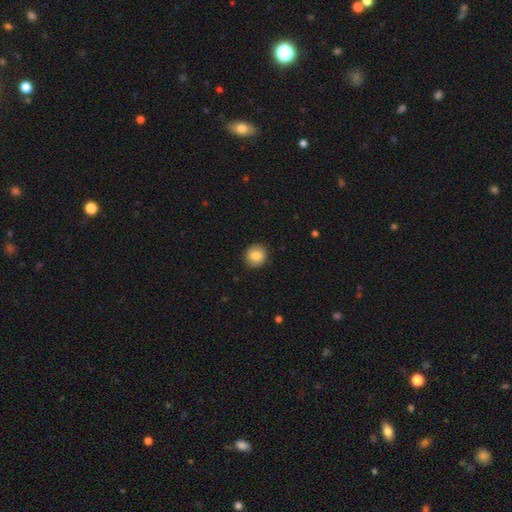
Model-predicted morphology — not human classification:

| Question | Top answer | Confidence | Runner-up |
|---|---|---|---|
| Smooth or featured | smooth | 81% | featured or disk (11%) |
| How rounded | round | 87% | in between (12%) |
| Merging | none | 89% | minor disturbance (8%) |